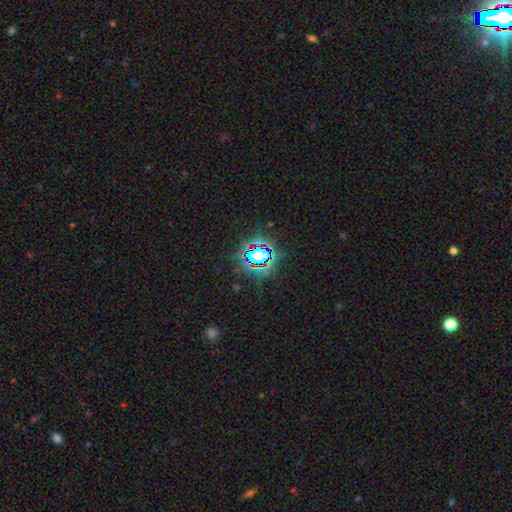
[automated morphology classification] This is likely a star or artifact rather than a galaxy (72%).